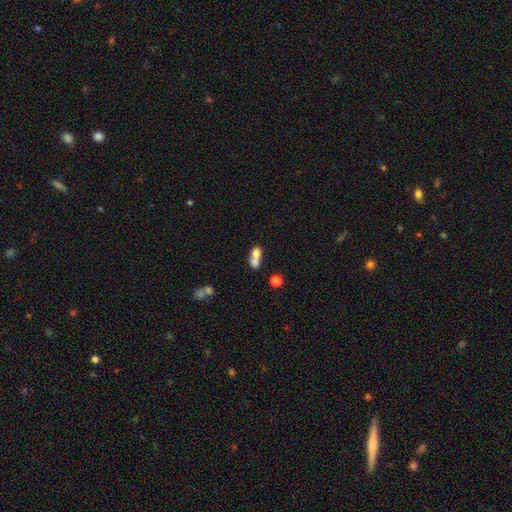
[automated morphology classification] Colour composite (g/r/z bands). It shows a smooth galaxy with no disk features (71%) that is in between round and cigar-shaped (56%). Merging: merger (70%).